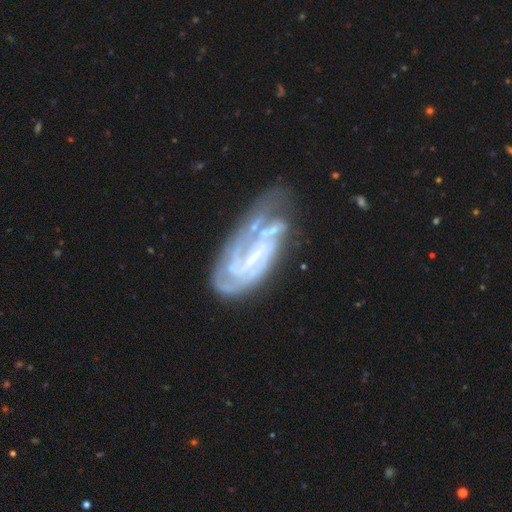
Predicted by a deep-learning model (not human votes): smooth_or_featured: featured or disk (p=0.81) [alt: smooth p=0.12]
disk_edge_on: no (p=0.95) [alt: yes p=0.05]
bar: weak (p=0.40) [alt: strong p=0.34]
has_spiral_arms: yes (p=0.85) [alt: no p=0.15]
spiral_winding: tight (p=0.51) [alt: medium p=0.36]
spiral_arm_count: can't tell (p=0.35) [alt: 2 p=0.32]
bulge_size: small (p=0.44) [alt: moderate p=0.27]
merging: none (p=0.35) [alt: major disturbance p=0.26]